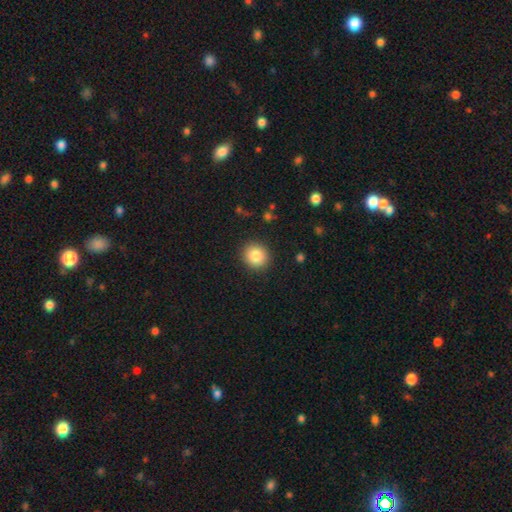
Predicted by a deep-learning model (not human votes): Smooth or featured? smooth (84%)
How rounded? round (88%)
Merging? none (90%)